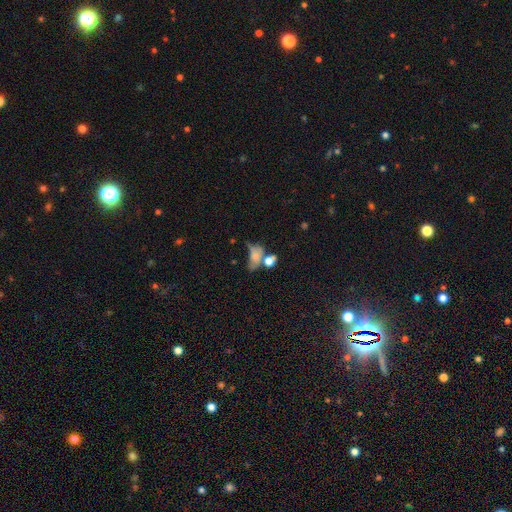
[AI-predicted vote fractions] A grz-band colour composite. It shows a smooth galaxy with no disk features (64%) that is in between round and cigar-shaped (77%). Merging: merger (34%).